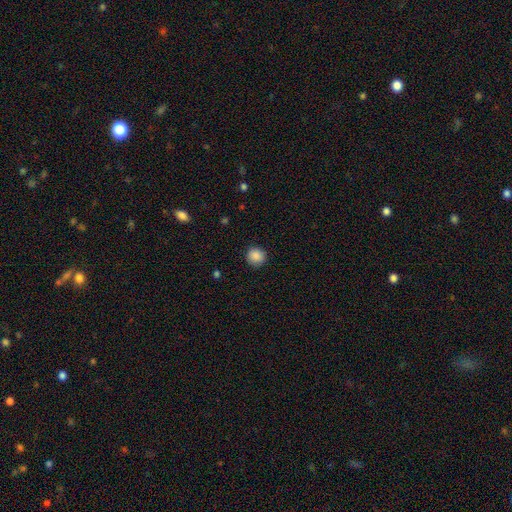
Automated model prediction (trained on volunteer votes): Smooth or featured? smooth (88%)
How rounded? round (91%)
Merging? none (89%)